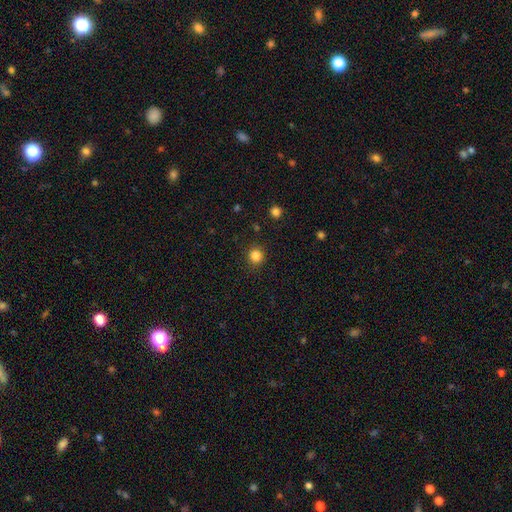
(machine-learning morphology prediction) Smooth or featured? Predicted: smooth (p=0.84). How rounded? Predicted: round (p=0.92). Merging? Predicted: none (p=0.90).